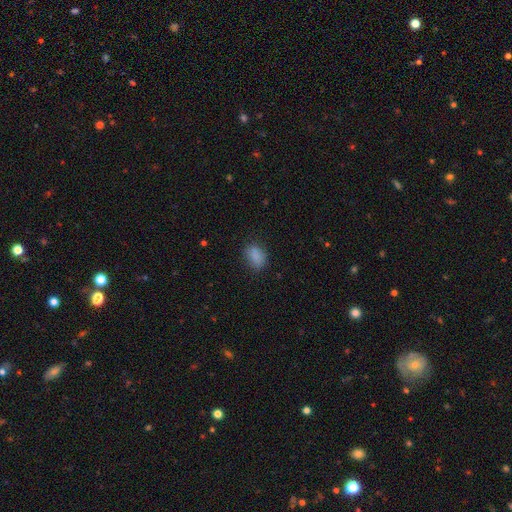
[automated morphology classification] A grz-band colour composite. It shows a smooth galaxy with no disk features (85%) that is in between round and cigar-shaped (81%). Merging: none (76%).